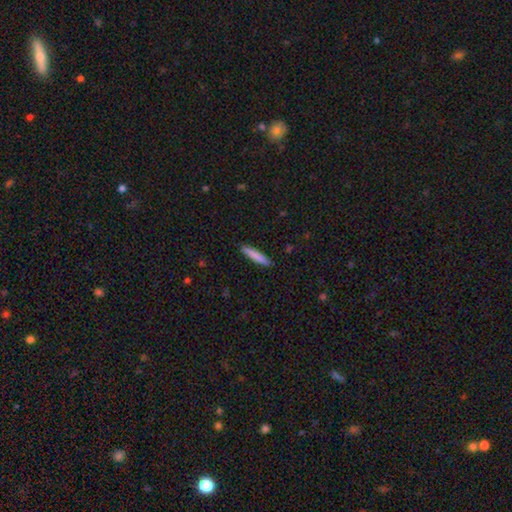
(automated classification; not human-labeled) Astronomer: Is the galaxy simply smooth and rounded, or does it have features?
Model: smooth — 82%.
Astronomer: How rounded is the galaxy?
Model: cigar-shaped — 91%.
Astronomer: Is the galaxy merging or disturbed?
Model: none — 90%.